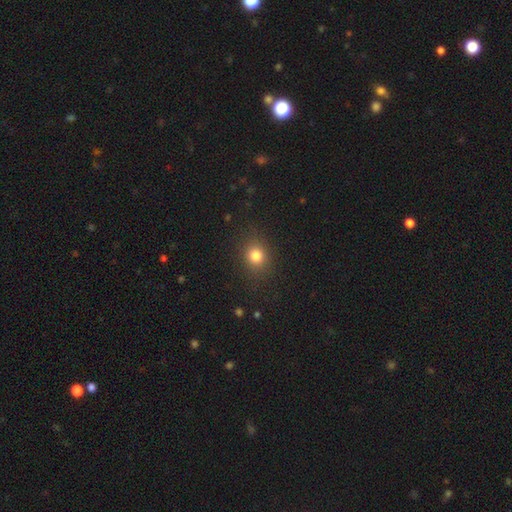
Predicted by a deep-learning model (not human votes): Overall: smooth (81%). How rounded: round (71%). Merging: none (86%).